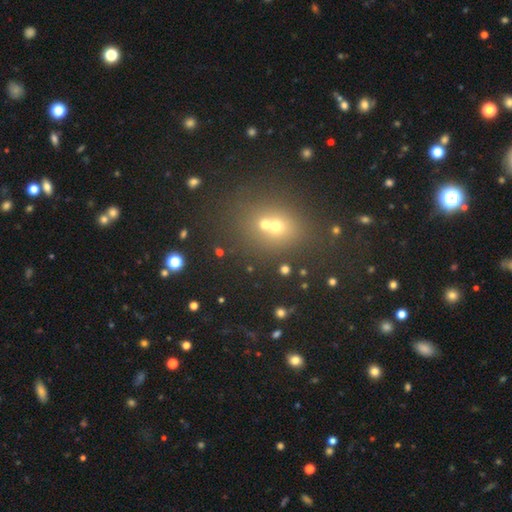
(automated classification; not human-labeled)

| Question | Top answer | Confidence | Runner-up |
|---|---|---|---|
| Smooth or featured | smooth | 55% | star or artifact (36%) |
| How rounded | in between | 59% | round (37%) |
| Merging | none | 84% | minor disturbance (8%) |